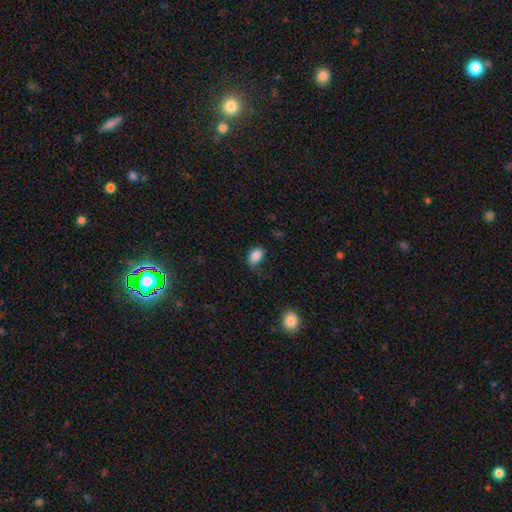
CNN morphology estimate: Smooth or featured?
  - smooth: 85% *
  - star or artifact: 9%
  - featured or disk: 6%
How rounded?
  - in between: 80% *
  - round: 19%
  - cigar-shaped: 1%
Merging?
  - none: 60% *
  - minor disturbance: 28%
  - major disturbance: 11%
  - merger: 2%